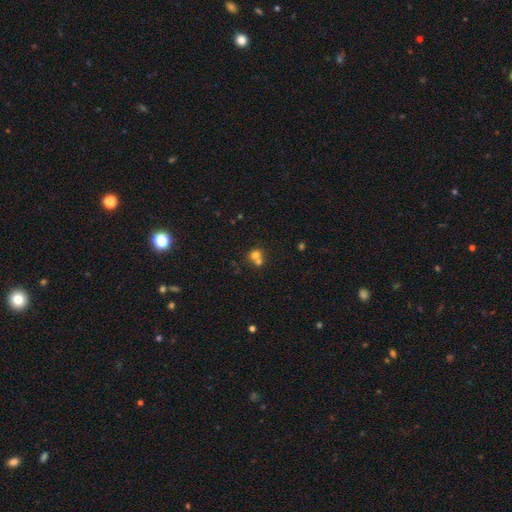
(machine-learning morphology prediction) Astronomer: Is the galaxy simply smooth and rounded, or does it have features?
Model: smooth — 70%.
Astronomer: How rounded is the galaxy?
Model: round — 83%.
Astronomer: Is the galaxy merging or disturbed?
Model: merger — 55% (runner-up: none, 37%).